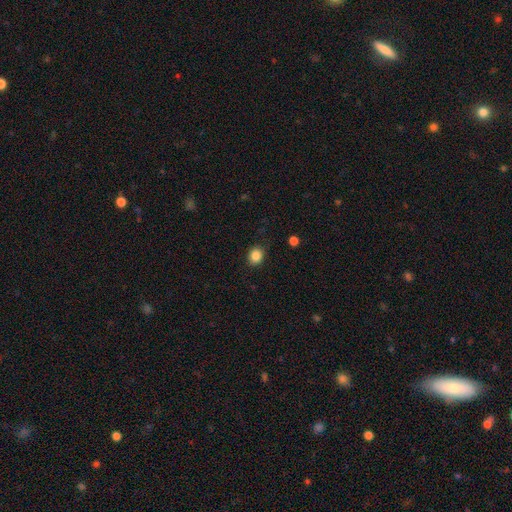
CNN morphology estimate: This is clearly a smooth galaxy (86%). How rounded: likely round (64%). Merging: clearly none (87%).